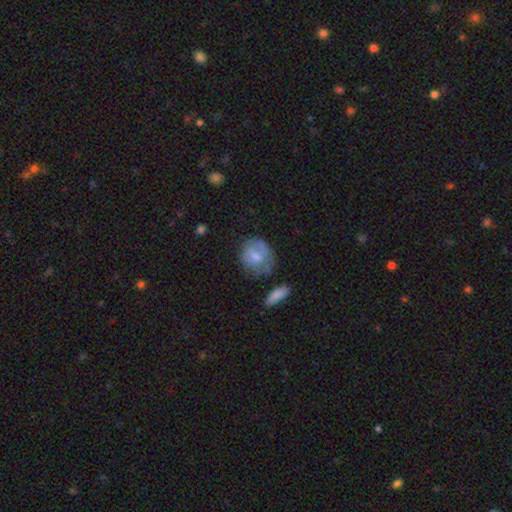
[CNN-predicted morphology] Smooth or featured? Predicted: smooth (p=0.65). How rounded? Predicted: round (p=0.73). Merging? Predicted: none (p=0.51).